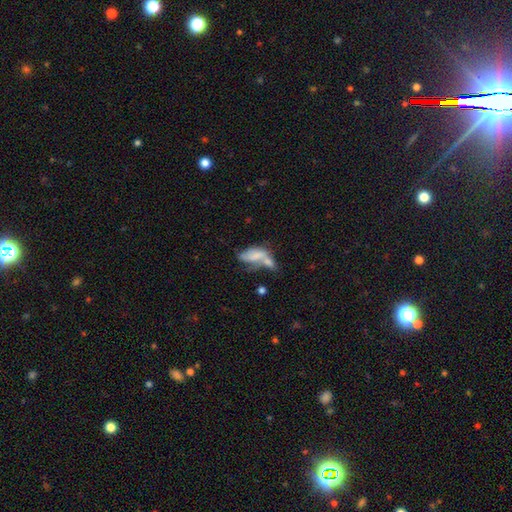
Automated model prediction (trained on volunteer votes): smooth 56%, featured or disk 34%, star or artifact 10%. Down the decision tree: how rounded — in between (81%); merging — merger (53%).